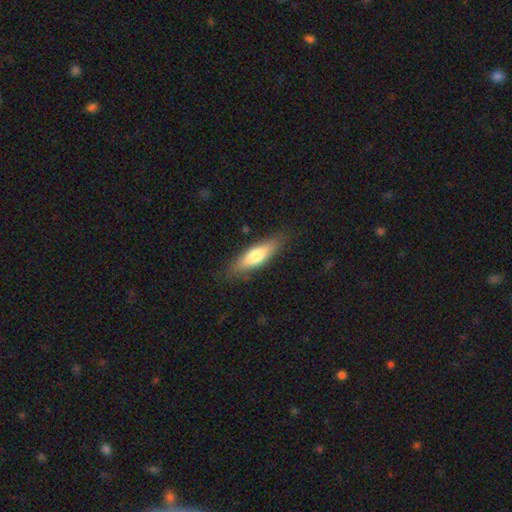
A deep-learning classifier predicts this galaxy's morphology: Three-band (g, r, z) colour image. It shows a smooth galaxy with no disk features (72%) that is in between round and cigar-shaped (49%, tied with cigar-shaped). Merging: none (82%).